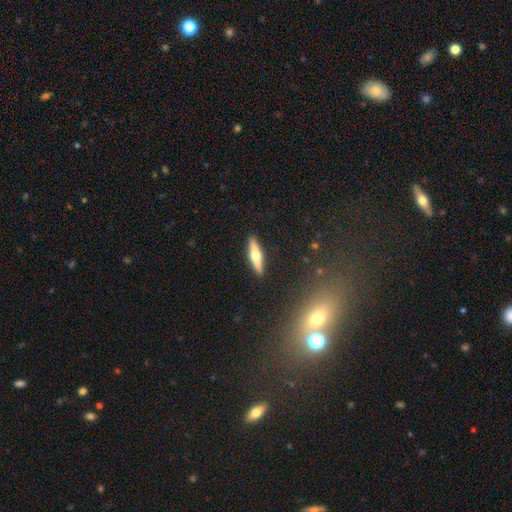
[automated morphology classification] A featured or disk galaxy (54%) viewed edge-on (95%) with a rounded central bulge (93%). Merging: none (91%).